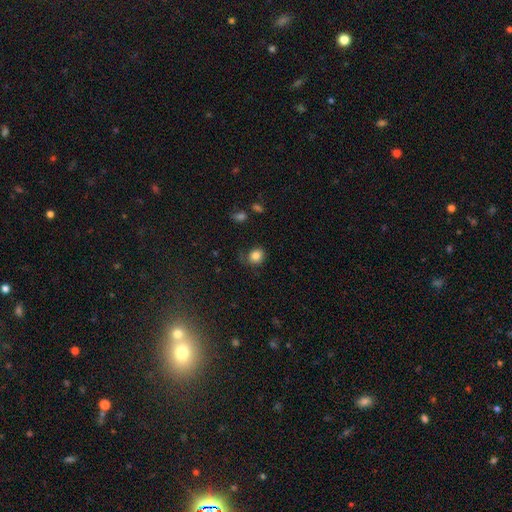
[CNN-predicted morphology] Q: Smooth or featured?
A: smooth (82%); runner-up: star or artifact (10%)
Q: How rounded?
A: round (70%); runner-up: in between (30%)
Q: Merging?
A: none (61%); runner-up: minor disturbance (25%)